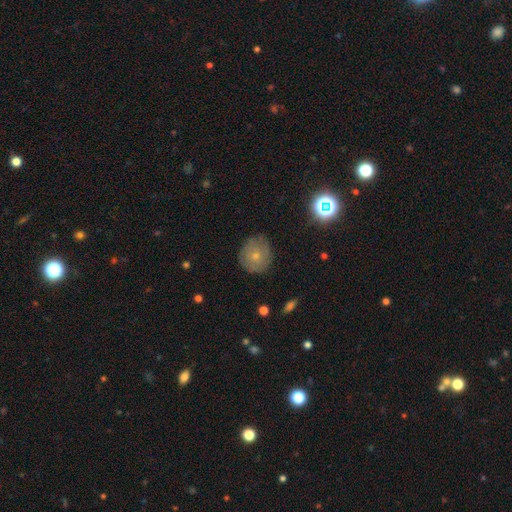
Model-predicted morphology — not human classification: Smooth or featured?
  - smooth: 65% *
  - featured or disk: 25%
  - star or artifact: 10%
How rounded?
  - round: 85% *
  - in between: 14%
  - cigar-shaped: 1%
Merging?
  - none: 77% *
  - minor disturbance: 18%
  - major disturbance: 4%
  - merger: 1%